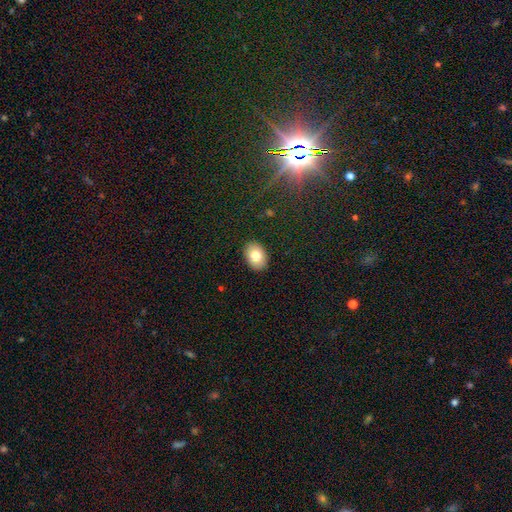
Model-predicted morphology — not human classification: Smooth or featured?
  - smooth: 80% *
  - featured or disk: 12%
  - star or artifact: 8%
How rounded?
  - in between: 80% *
  - round: 19%
  - cigar-shaped: 1%
Merging?
  - none: 90% *
  - minor disturbance: 7%
  - major disturbance: 2%
  - merger: 1%